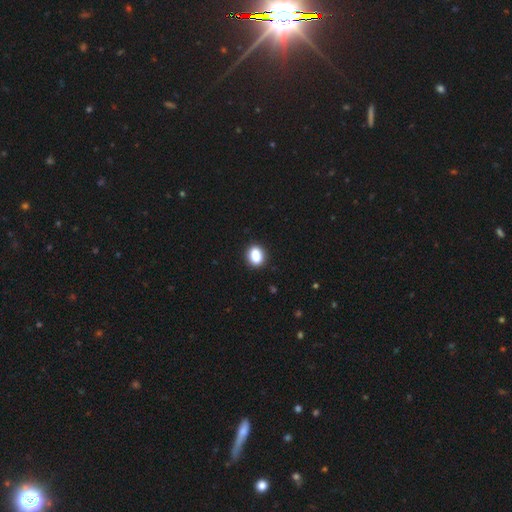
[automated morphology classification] Smooth or featured: smooth — 87% (star or artifact — 9%)
How rounded: in between — 65% (round — 33%)
Merging: none — 89% (minor disturbance — 8%)